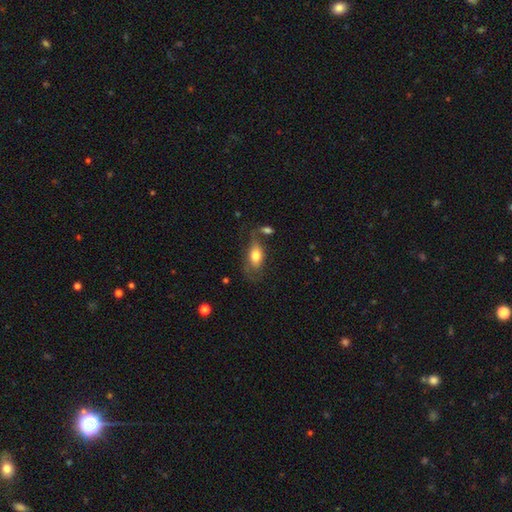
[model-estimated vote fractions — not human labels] Smooth or featured?
  - smooth: 71% *
  - featured or disk: 22%
  - star or artifact: 7%
How rounded?
  - in between: 88% *
  - cigar-shaped: 7%
  - round: 6%
Merging?
  - none: 51% *
  - minor disturbance: 25%
  - major disturbance: 14%
  - merger: 10%